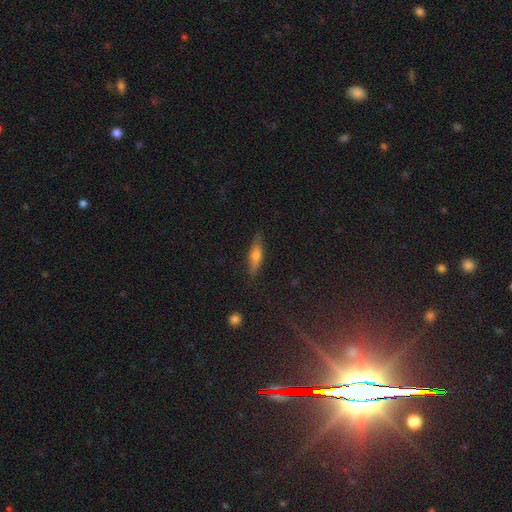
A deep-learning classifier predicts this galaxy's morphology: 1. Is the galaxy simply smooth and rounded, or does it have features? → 55% smooth, 37% featured or disk, 8% star or artifact.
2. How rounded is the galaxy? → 64% cigar-shaped, 33% in between, 3% round.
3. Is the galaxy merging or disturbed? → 83% none, 13% minor disturbance, 3% major disturbance, 1% merger.